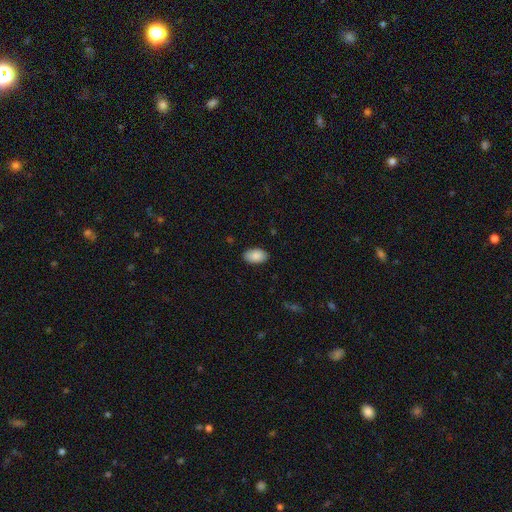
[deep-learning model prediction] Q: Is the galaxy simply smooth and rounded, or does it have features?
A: smooth — 89%.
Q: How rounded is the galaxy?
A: in between — 94%.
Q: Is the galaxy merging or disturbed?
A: none — 88%.